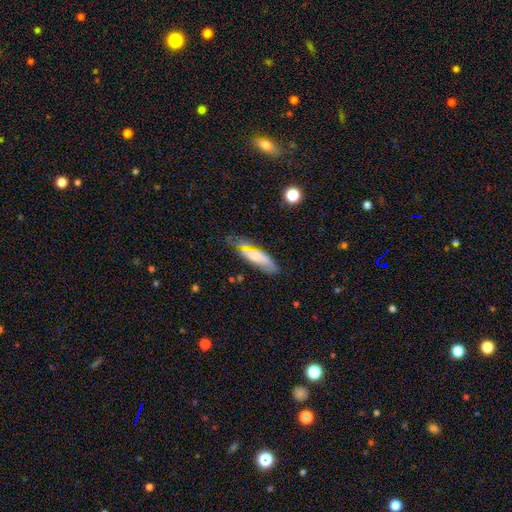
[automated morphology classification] Smooth or featured? Predicted: smooth (p=0.55). How rounded? Predicted: in between (p=0.55). Merging? Predicted: none (p=0.53).